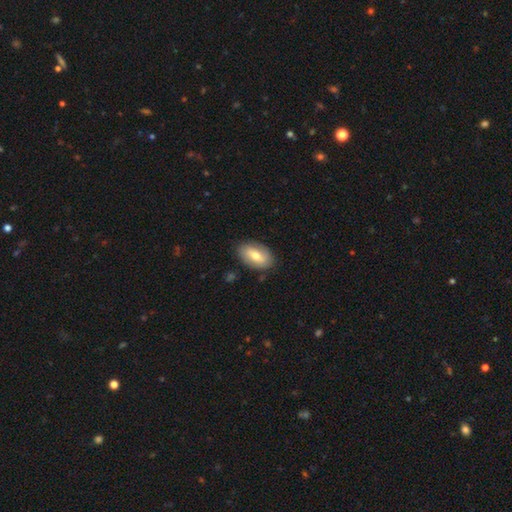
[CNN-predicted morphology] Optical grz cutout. It shows a smooth galaxy with no disk features (62%) that is in between round and cigar-shaped (92%). Merging: none (82%).